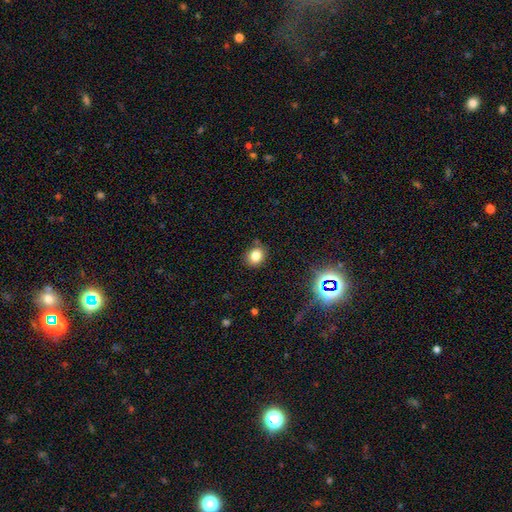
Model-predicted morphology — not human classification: This is likely a smooth galaxy (80%). How rounded: likely round (69%). Merging: clearly none (83%).